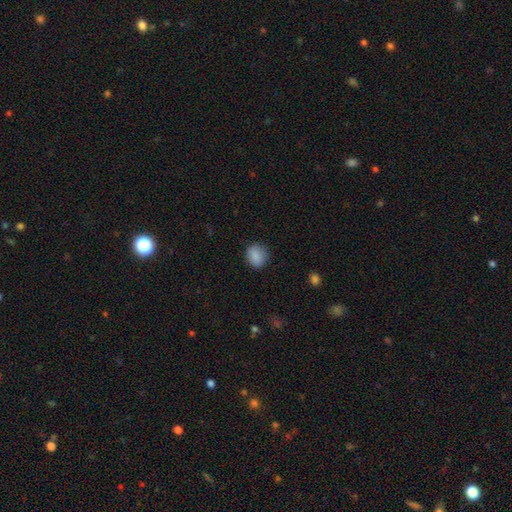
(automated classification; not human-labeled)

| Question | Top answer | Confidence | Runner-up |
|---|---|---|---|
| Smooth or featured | smooth | 87% | star or artifact (8%) |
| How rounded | round | 71% | in between (28%) |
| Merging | none | 83% | minor disturbance (13%) |